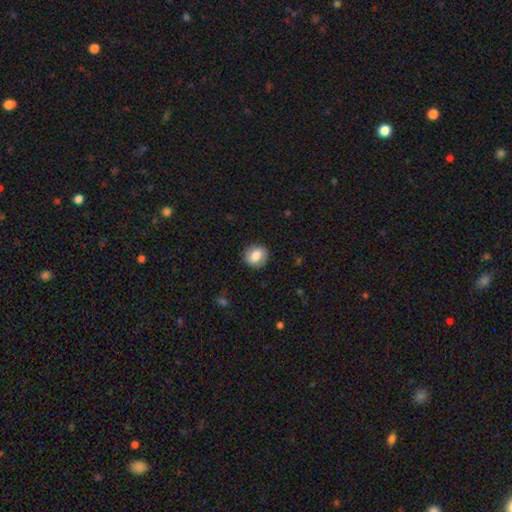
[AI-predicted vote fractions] smooth-or-featured: smooth: 77% | featured or disk: 15% | star or artifact: 8%
  how-rounded: round: 72% | in between: 27% | cigar-shaped: 1%
  merging: none: 87% | minor disturbance: 9% | major disturbance: 3% | merger: 1%